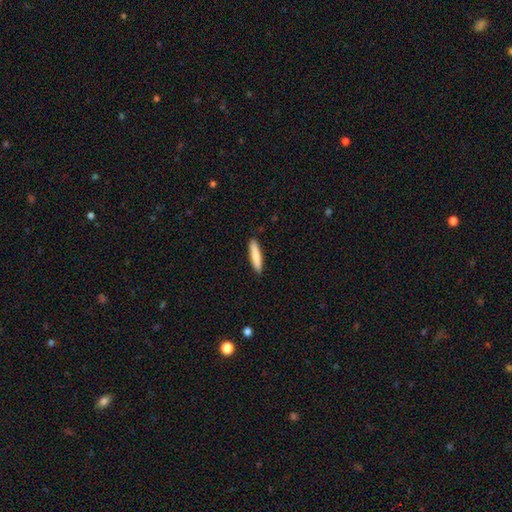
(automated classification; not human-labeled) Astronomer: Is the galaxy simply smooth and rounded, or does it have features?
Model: smooth — 83%.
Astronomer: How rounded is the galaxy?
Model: cigar-shaped — 85%.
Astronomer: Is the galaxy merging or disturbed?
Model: none — 90%.